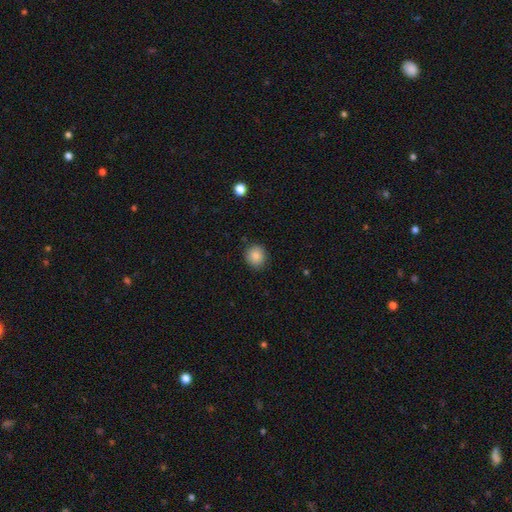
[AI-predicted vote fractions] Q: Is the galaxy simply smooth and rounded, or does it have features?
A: smooth — 87%.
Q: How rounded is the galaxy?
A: round — 88%.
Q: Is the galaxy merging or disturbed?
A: none — 88%.